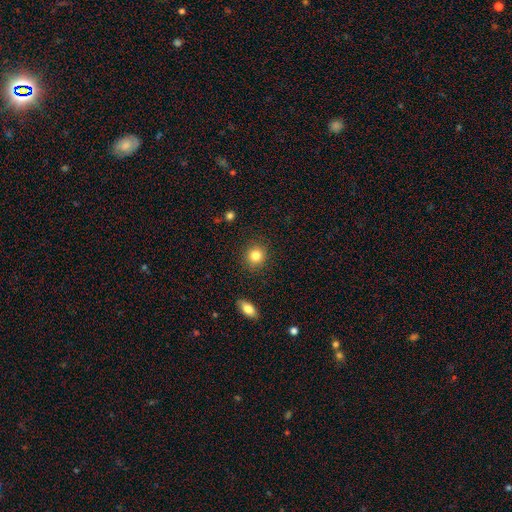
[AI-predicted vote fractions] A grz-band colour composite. It shows a smooth galaxy with no disk features (84%) that is round (85%). Merging: none (89%).